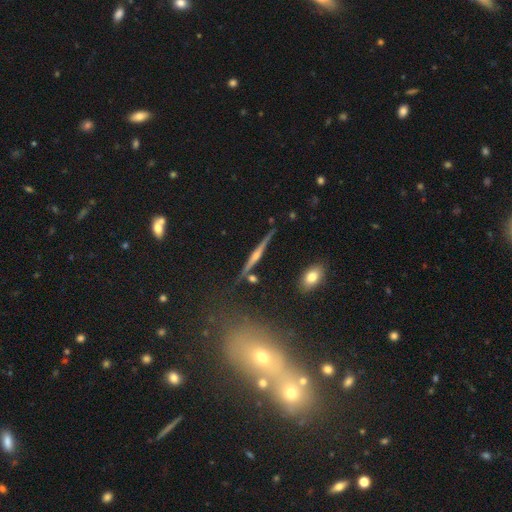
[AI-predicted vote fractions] smooth_or_featured: featured or disk (p=0.73) [alt: smooth p=0.16]
disk_edge_on: yes (p=0.95) [alt: no p=0.05]
edge_on_bulge: rounded (p=0.79) [alt: none p=0.13]
merging: none (p=0.85) [alt: minor disturbance p=0.09]